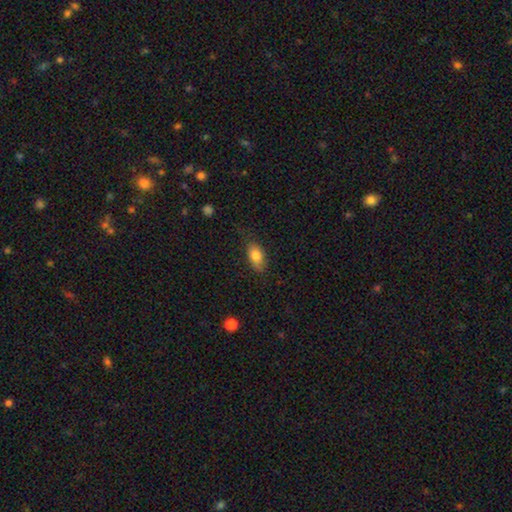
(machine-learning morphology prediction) Smooth or featured?
  - smooth: 80% *
  - featured or disk: 12%
  - star or artifact: 8%
How rounded?
  - in between: 89% *
  - round: 6%
  - cigar-shaped: 5%
Merging?
  - none: 78% *
  - minor disturbance: 17%
  - major disturbance: 4%
  - merger: 1%